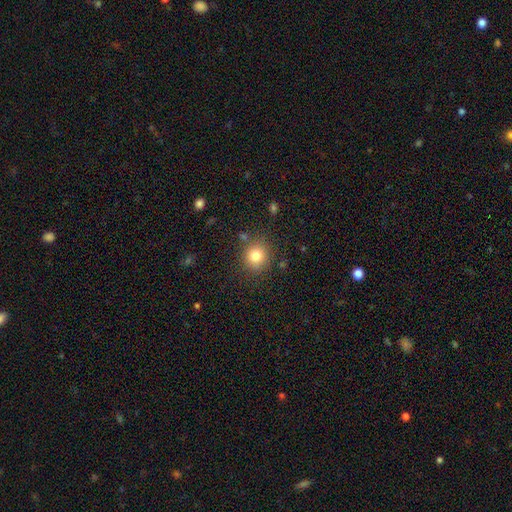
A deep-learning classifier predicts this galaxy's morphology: A smooth galaxy with no disk features (79%) that is round (88%). Merging: none (84%).